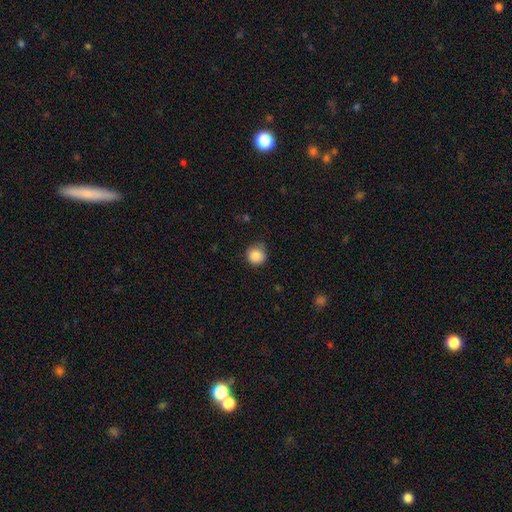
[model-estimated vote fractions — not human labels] Smooth or featured?
  - smooth: 87% *
  - star or artifact: 10%
  - featured or disk: 4%
How rounded?
  - round: 93% *
  - in between: 6%
  - cigar-shaped: 1%
Merging?
  - none: 76% *
  - minor disturbance: 19%
  - major disturbance: 3%
  - merger: 1%